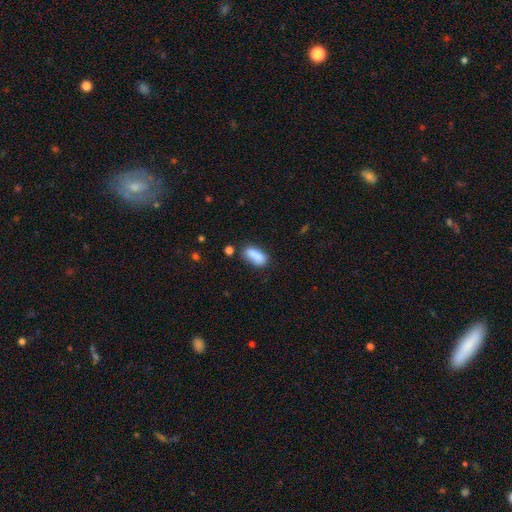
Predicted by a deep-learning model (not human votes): Overall: smooth (85%). How rounded: in between (76%). Merging: none (66%).